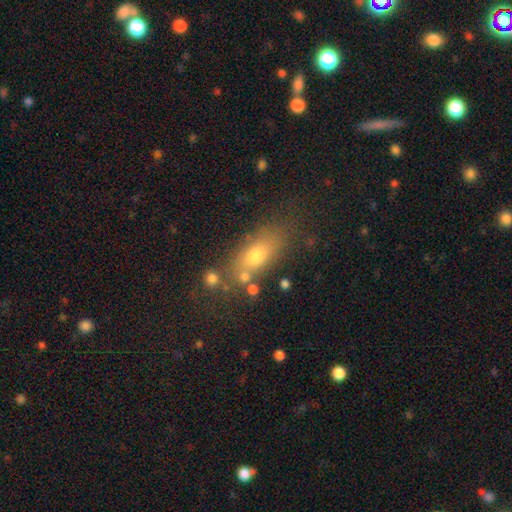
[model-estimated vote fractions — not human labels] A smooth galaxy with no disk features (70%) that is in between round and cigar-shaped (72%). Merging: none (67%).